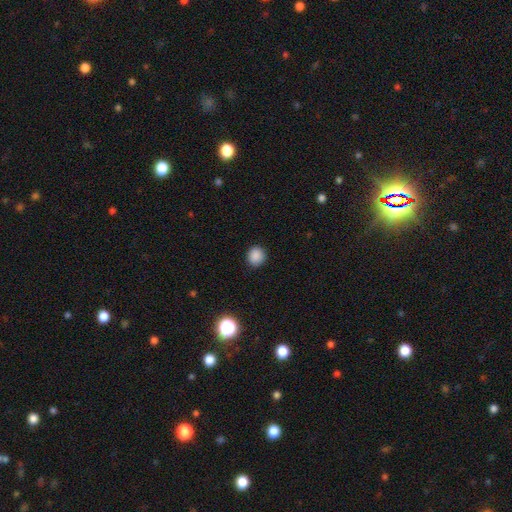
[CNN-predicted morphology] A smooth galaxy with no disk features (87%) that is round (85%). Merging: none (90%).